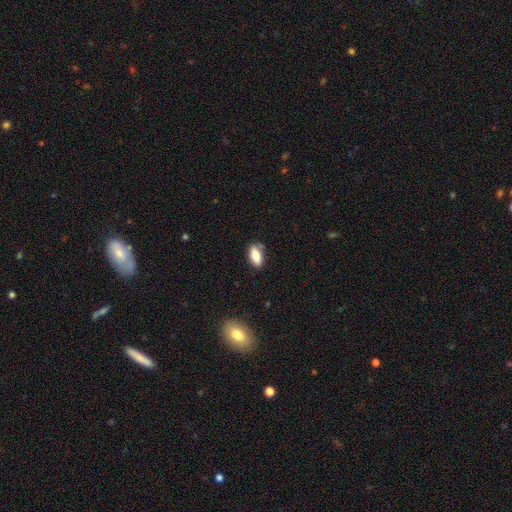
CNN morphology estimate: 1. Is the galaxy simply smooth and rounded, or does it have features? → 80% smooth, 13% featured or disk, 7% star or artifact.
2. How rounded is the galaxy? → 85% in between, 12% cigar-shaped, 3% round.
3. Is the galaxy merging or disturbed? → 78% none, 16% minor disturbance, 4% merger, 3% major disturbance.